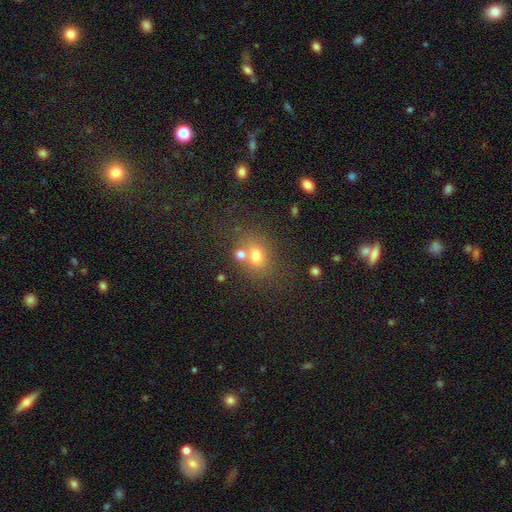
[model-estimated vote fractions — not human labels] Smooth or featured?
  - smooth: 69% *
  - star or artifact: 18%
  - featured or disk: 13%
How rounded?
  - round: 55% *
  - in between: 44%
  - cigar-shaped: 1%
Merging?
  - none: 56% *
  - merger: 26%
  - minor disturbance: 12%
  - major disturbance: 5%